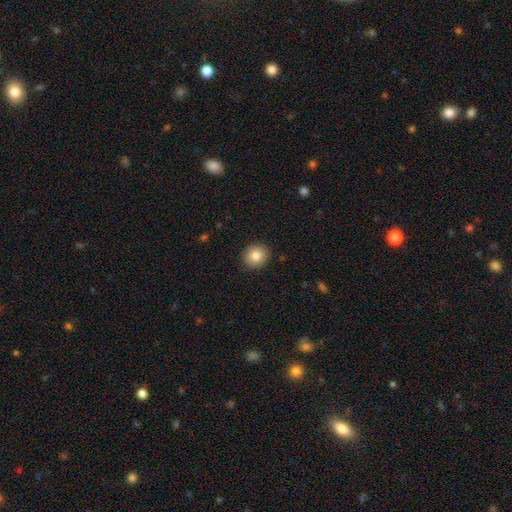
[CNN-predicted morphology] A smooth galaxy with no disk features (83%) that is round (81%).

Vote fractions:
- Smooth or featured? smooth: 83% / star or artifact: 9% / featured or disk: 8%
- How rounded? round: 81% / in between: 18% / cigar-shaped: 1%
- Merging? none: 91% / minor disturbance: 7% / major disturbance: 2% / merger: 1%